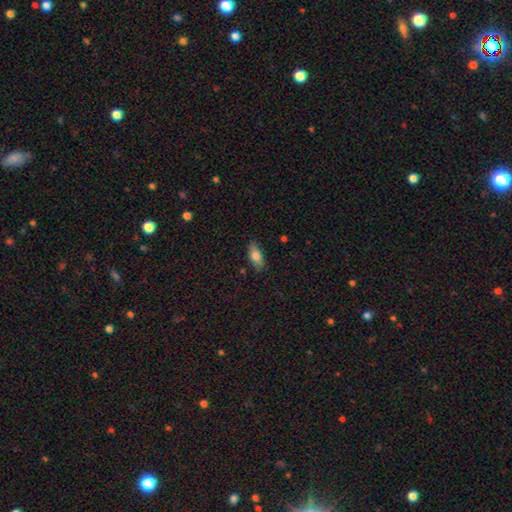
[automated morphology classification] This appears to be a smooth galaxy with no disk features (81%) that is in between round and cigar-shaped (84%). Merging: none (82%).